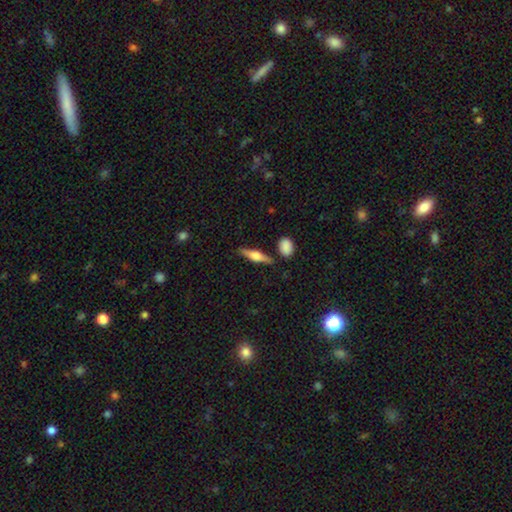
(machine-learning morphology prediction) featured or disk 63%, smooth 31%, star or artifact 7%. Down the decision tree: edge-on disk — yes (97%); edge-on bulge — rounded (87%); merging — none (85%).